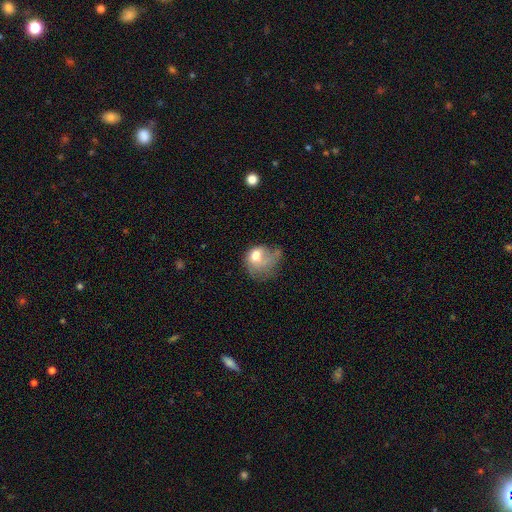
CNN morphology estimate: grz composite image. It shows a smooth galaxy with no disk features (63%) that is round (50%). Merging: major disturbance (48%).